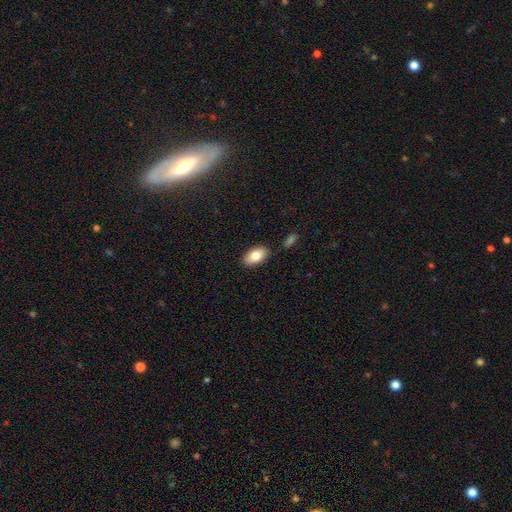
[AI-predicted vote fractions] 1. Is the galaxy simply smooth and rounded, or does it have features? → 79% smooth, 14% featured or disk, 7% star or artifact.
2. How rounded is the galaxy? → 93% in between, 4% round, 3% cigar-shaped.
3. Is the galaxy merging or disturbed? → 85% none, 10% minor disturbance, 3% merger, 2% major disturbance.